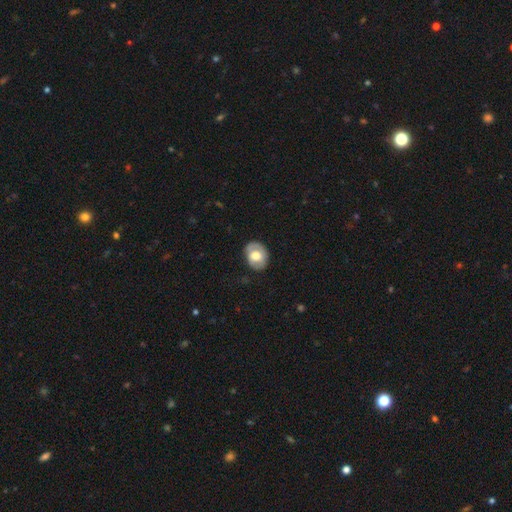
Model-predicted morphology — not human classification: smooth-or-featured: smooth: 54% | featured or disk: 40% | star or artifact: 6%
  how-rounded: in between: 55% | round: 44% | cigar-shaped: 1%
  merging: none: 76% | minor disturbance: 18% | major disturbance: 5% | merger: 1%